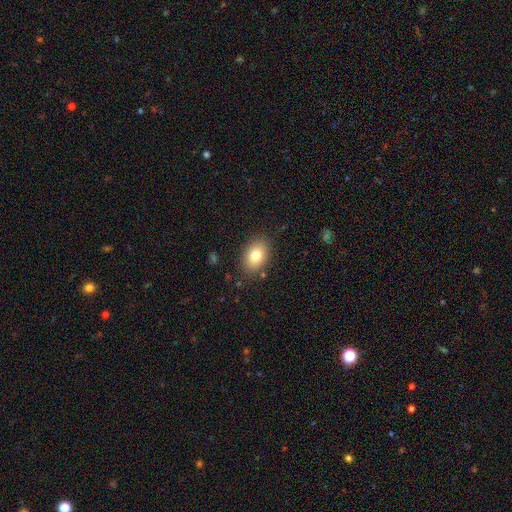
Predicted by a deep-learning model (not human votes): A smooth galaxy with no disk features (80%) that is in between round and cigar-shaped (79%).

Vote fractions:
- Smooth or featured? smooth: 80% / featured or disk: 11% / star or artifact: 9%
- How rounded? in between: 79% / round: 20% / cigar-shaped: 1%
- Merging? none: 86% / minor disturbance: 10% / major disturbance: 3% / merger: 1%